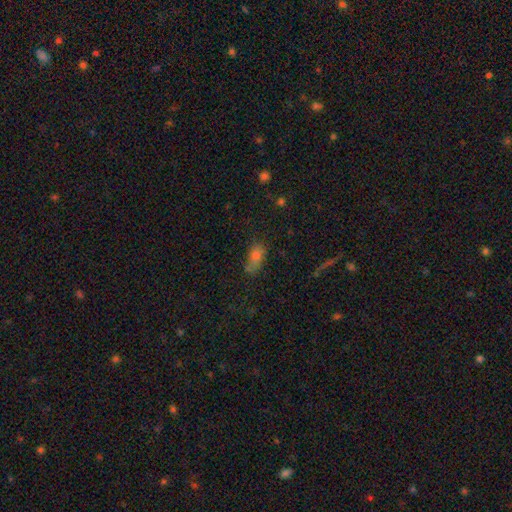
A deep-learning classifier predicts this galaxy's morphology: Q: Smooth or featured?
A: smooth (69%); runner-up: star or artifact (16%)
Q: How rounded?
A: in between (77%); runner-up: round (13%)
Q: Merging?
A: none (49%); runner-up: minor disturbance (27%)